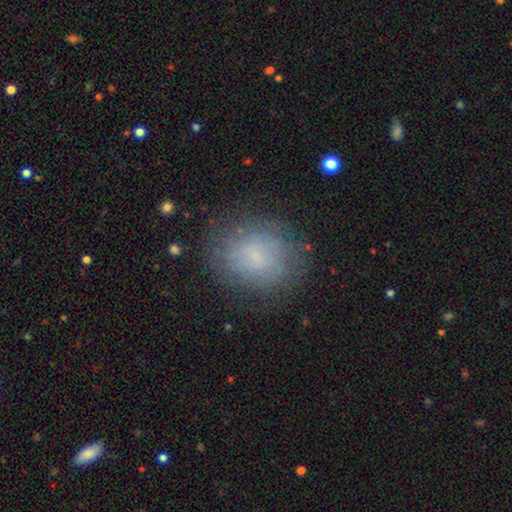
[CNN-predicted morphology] Q: Smooth or featured?
A: smooth (65%); runner-up: featured or disk (24%)
Q: How rounded?
A: round (65%); runner-up: in between (34%)
Q: Merging?
A: none (77%); runner-up: minor disturbance (15%)